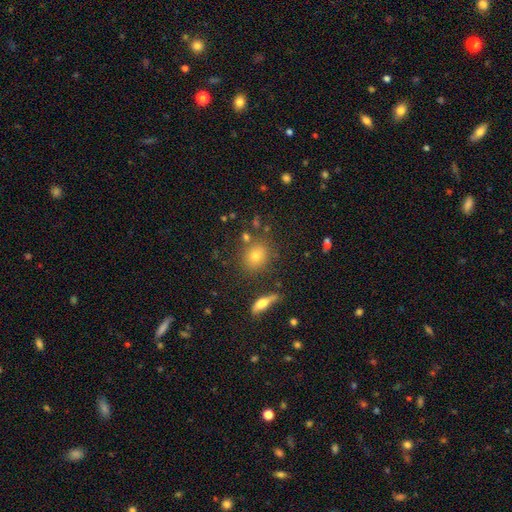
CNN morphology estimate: smooth 70%, star or artifact 17%, featured or disk 13%. Down the decision tree: how rounded — round (69%); merging — none (80%).